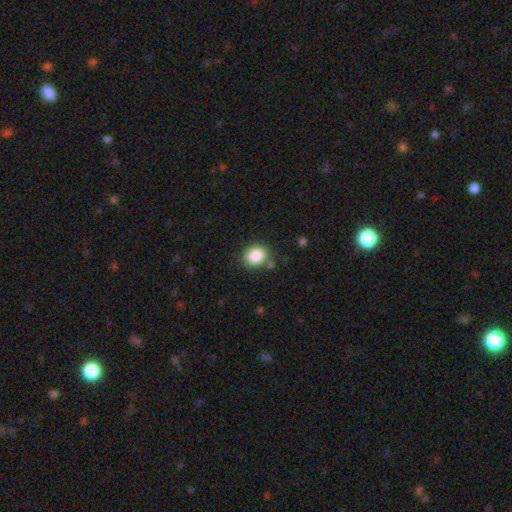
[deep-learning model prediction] This appears to be a smooth galaxy with no disk features (86%) that is round (61%). Merging: none (82%).